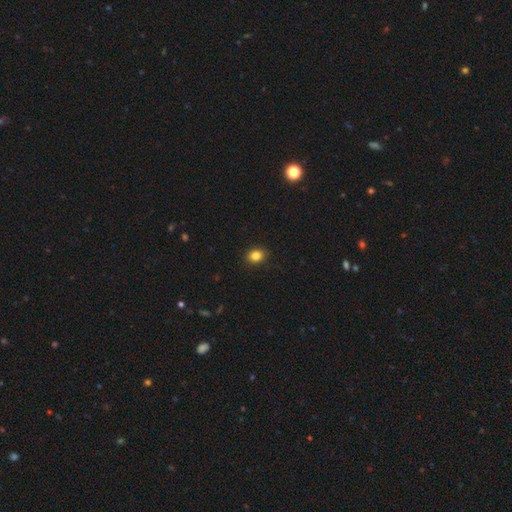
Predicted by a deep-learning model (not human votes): Q: Smooth or featured?
A: smooth (84%); runner-up: star or artifact (11%)
Q: How rounded?
A: round (52%); runner-up: in between (47%)
Q: Merging?
A: none (90%); runner-up: minor disturbance (7%)